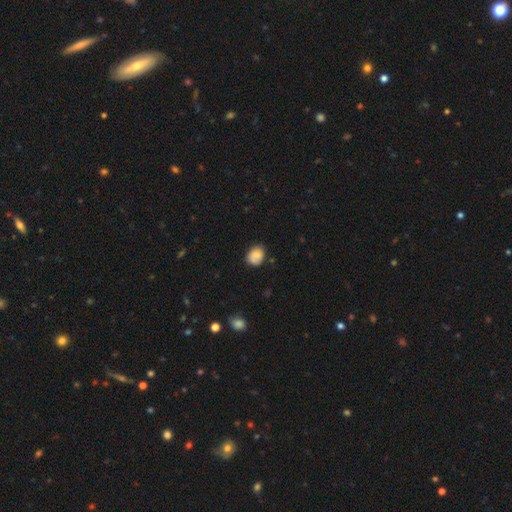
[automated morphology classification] A smooth galaxy with no disk features (84%) that is in between round and cigar-shaped (50%).

Vote fractions:
- Smooth or featured? smooth: 84% / star or artifact: 8% / featured or disk: 8%
- How rounded? in between: 50% / round: 49% / cigar-shaped: 1%
- Merging? none: 71% / minor disturbance: 23% / major disturbance: 4% / merger: 2%